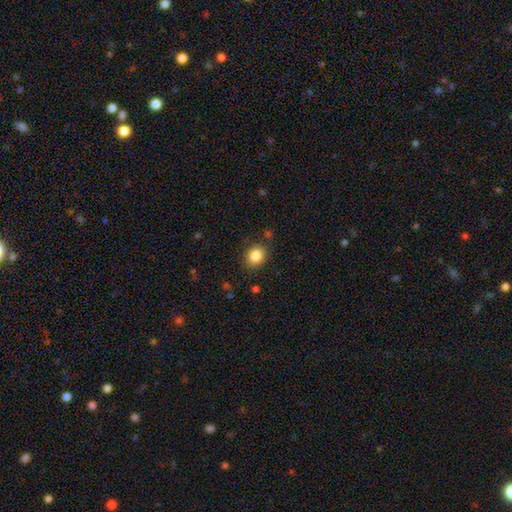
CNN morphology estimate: Q: Smooth or featured?
A: smooth (85%); runner-up: star or artifact (10%)
Q: How rounded?
A: round (59%); runner-up: in between (40%)
Q: Merging?
A: none (85%); runner-up: minor disturbance (10%)